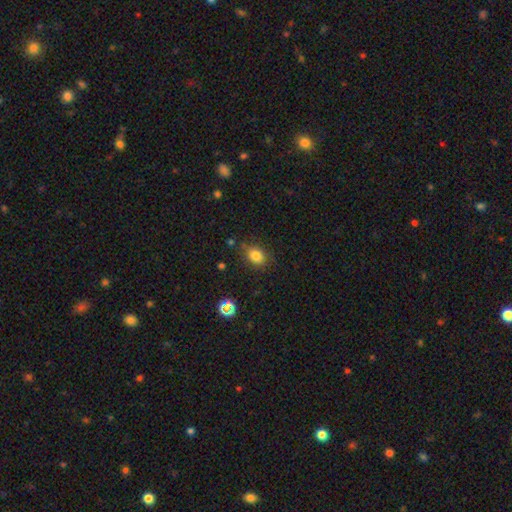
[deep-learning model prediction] A smooth galaxy with no disk features (81%) that is in between round and cigar-shaped (67%).

Vote fractions:
- Smooth or featured? smooth: 81% / star or artifact: 12% / featured or disk: 7%
- How rounded? in between: 67% / round: 31% / cigar-shaped: 1%
- Merging? none: 80% / minor disturbance: 14% / major disturbance: 4% / merger: 3%